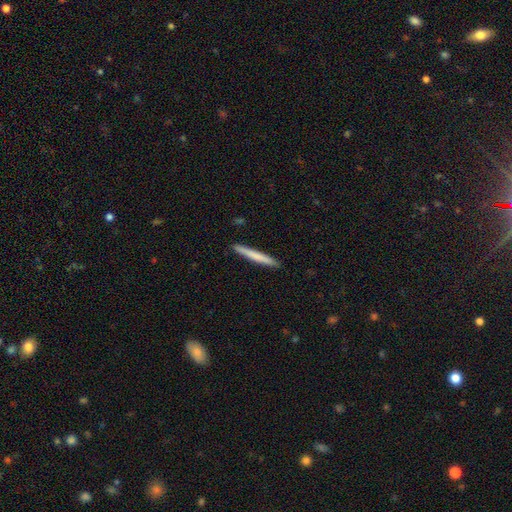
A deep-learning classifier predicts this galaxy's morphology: smooth 69%, featured or disk 26%, star or artifact 5%. Down the decision tree: how rounded — cigar-shaped (97%); merging — none (91%).